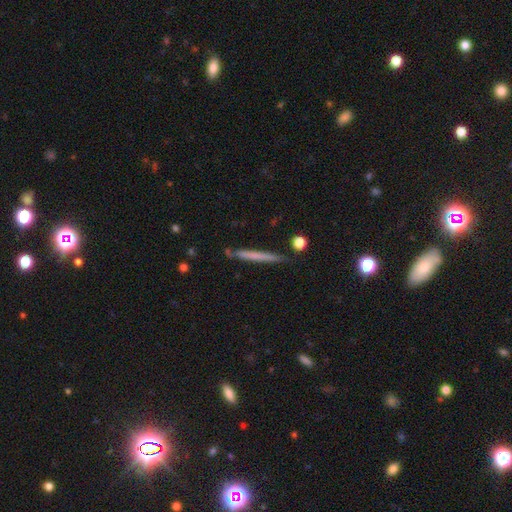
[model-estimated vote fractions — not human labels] The model was most divided on "smooth or featured": smooth: 55%, featured or disk: 39%, star or artifact: 6%. More confident: how rounded — cigar-shaped (96%); merging — none (84%).